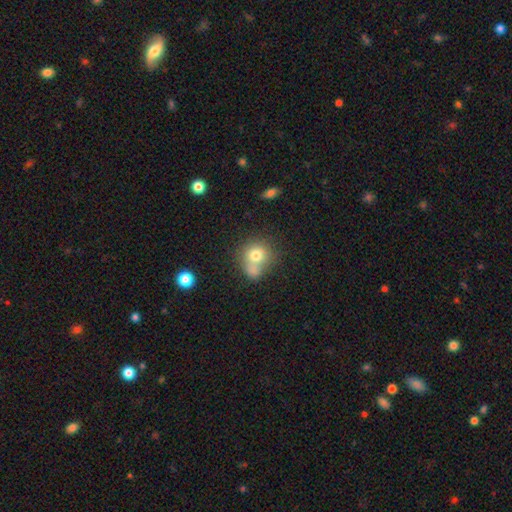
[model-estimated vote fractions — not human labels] Smooth or featured: smooth — 75% (featured or disk — 15%)
How rounded: round — 76% (in between — 23%)
Merging: merger — 43% (none — 36%)